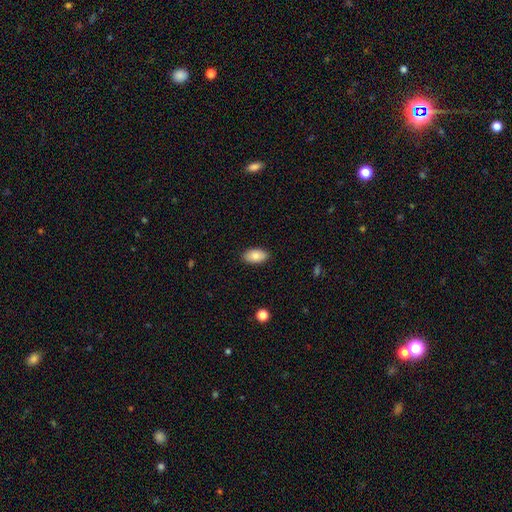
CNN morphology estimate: Q: Smooth or featured?
A: smooth (83%); runner-up: featured or disk (10%)
Q: How rounded?
A: in between (94%); runner-up: round (4%)
Q: Merging?
A: none (88%); runner-up: minor disturbance (9%)